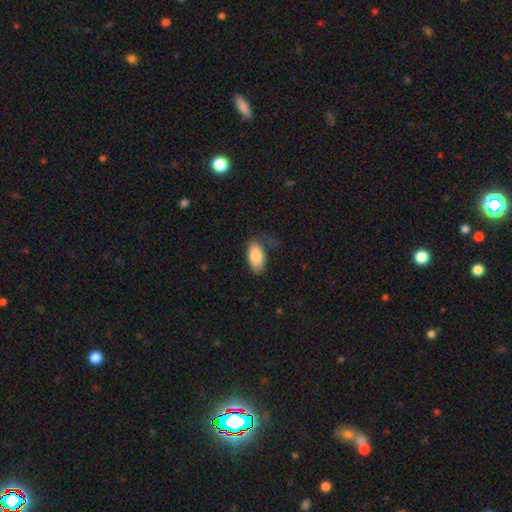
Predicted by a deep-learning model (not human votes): This appears to be a smooth galaxy with no disk features (86%) that is in between round and cigar-shaped (93%). Merging: none (68%).